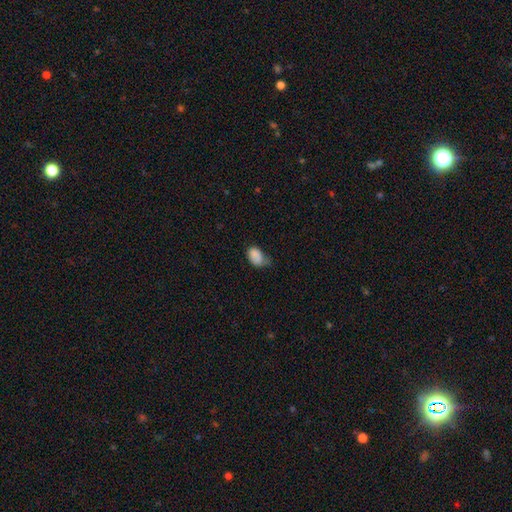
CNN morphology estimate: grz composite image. It shows a smooth galaxy with no disk features (84%) that is in between round and cigar-shaped (86%). Merging: minor disturbance (40%, tied with none).